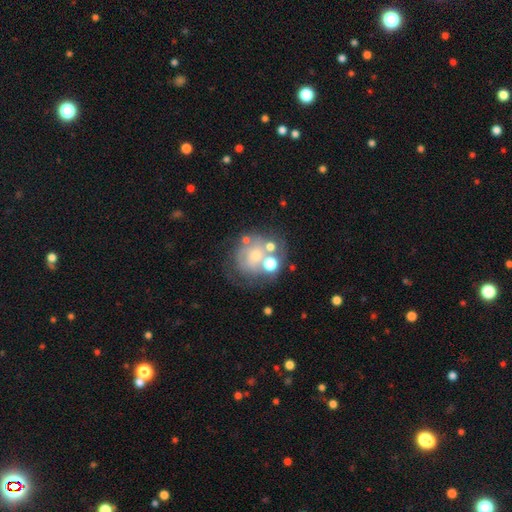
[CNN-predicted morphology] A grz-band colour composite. It shows a featured or disk galaxy (44%). Merging: none (41%).